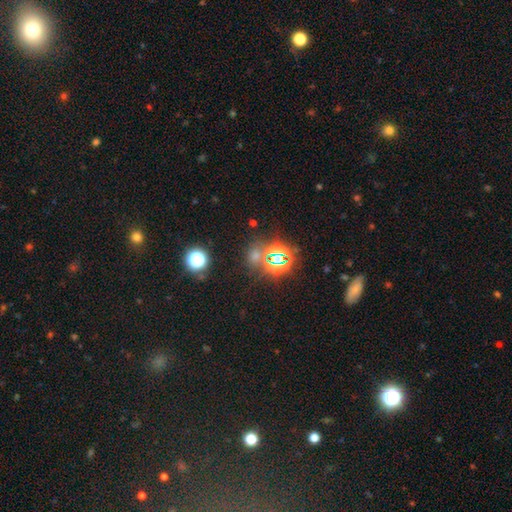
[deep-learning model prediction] Morphology: type=star or artifact (70%).